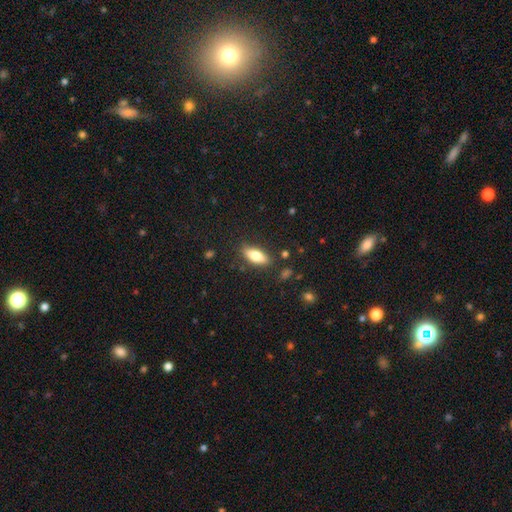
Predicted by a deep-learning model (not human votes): This is likely a smooth galaxy (77%). How rounded: likely in between (77%). Merging: clearly none (82%).